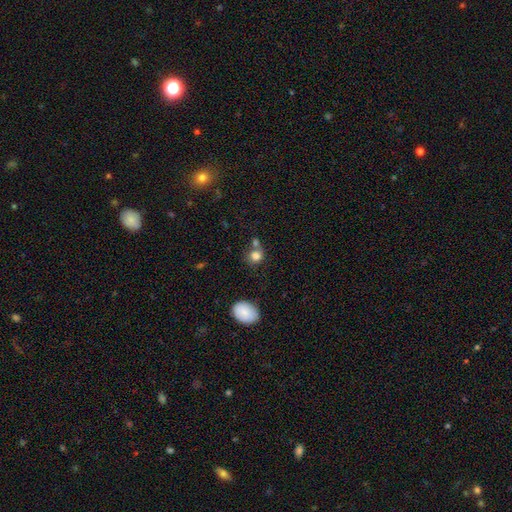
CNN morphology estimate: This appears to be a smooth galaxy with no disk features (81%) that is round (78%). Merging: none (55%).